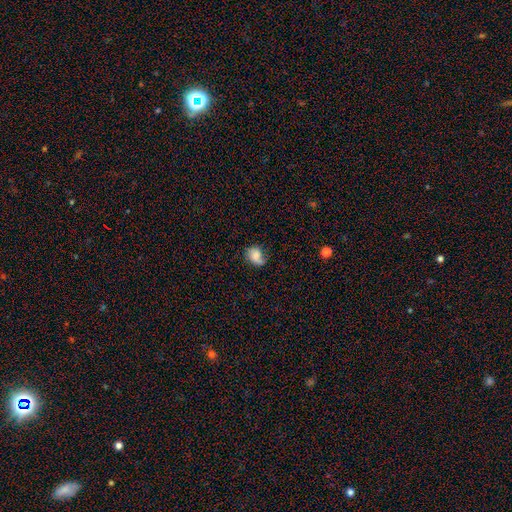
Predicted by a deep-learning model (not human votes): Smooth or featured?
  - smooth: 65% *
  - featured or disk: 25%
  - star or artifact: 10%
How rounded?
  - in between: 55% *
  - round: 44%
  - cigar-shaped: 1%
Merging?
  - none: 50% *
  - minor disturbance: 31%
  - major disturbance: 16%
  - merger: 4%